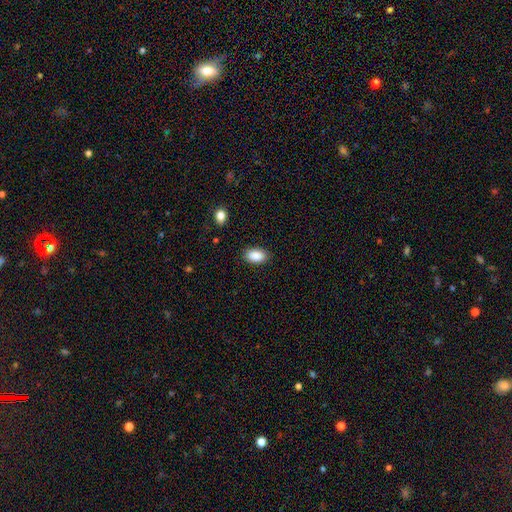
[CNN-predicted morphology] smooth-or-featured: smooth: 89% | star or artifact: 7% | featured or disk: 3%
  how-rounded: in between: 92% | round: 6% | cigar-shaped: 2%
  merging: none: 86% | minor disturbance: 10% | major disturbance: 2% | merger: 1%